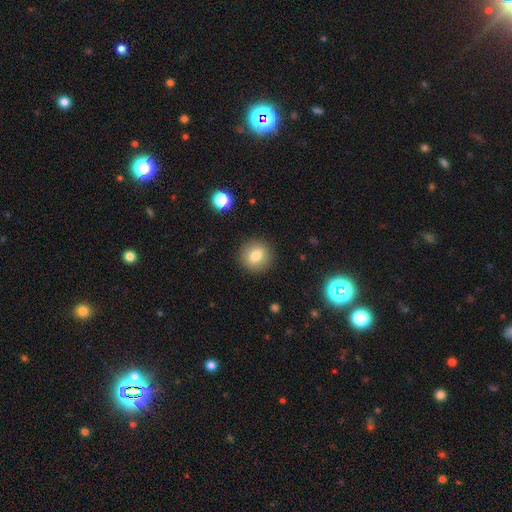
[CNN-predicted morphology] smooth_or_featured: smooth (p=0.79) [alt: featured or disk p=0.11]
how_rounded: round (p=0.84) [alt: in between p=0.15]
merging: none (p=0.89) [alt: minor disturbance p=0.07]